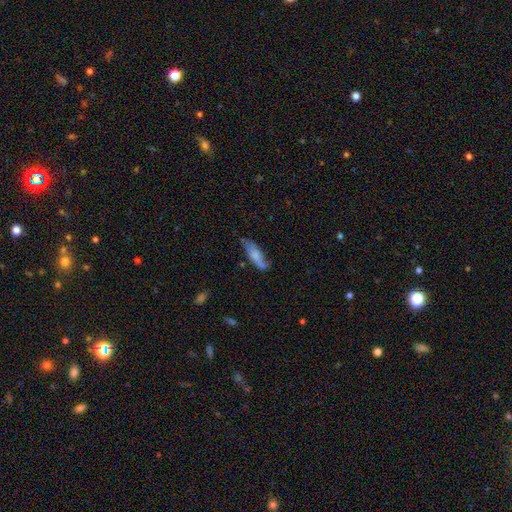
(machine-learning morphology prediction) type=smooth (60%); roundness=in between (52%); merging=none (53%).